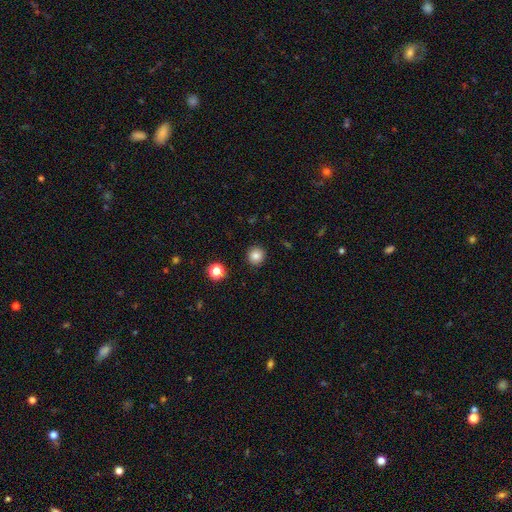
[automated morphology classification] type=smooth (82%); roundness=round (93%); merging=none (91%).